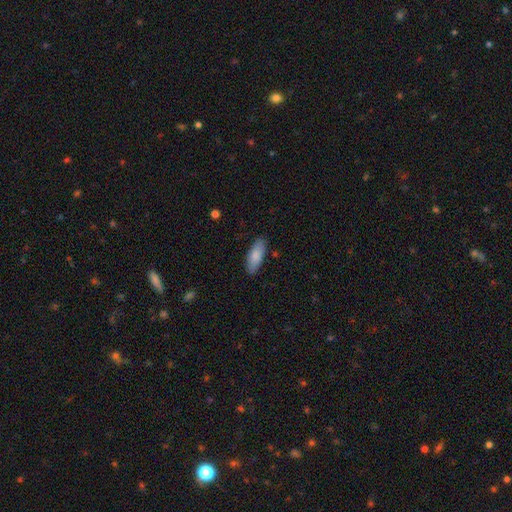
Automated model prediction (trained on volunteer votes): The model was most divided on "how rounded": in between: 71%, cigar-shaped: 27%, round: 2%. More confident: merging — none (86%); smooth or featured — smooth (85%).